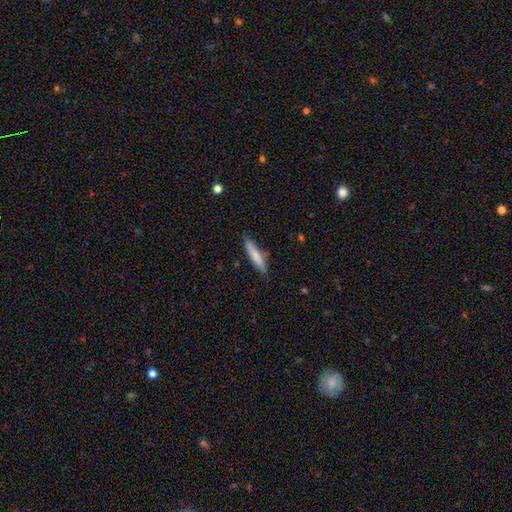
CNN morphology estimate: Smooth or featured? smooth (76%)
How rounded? cigar-shaped (87%)
Merging? none (81%)